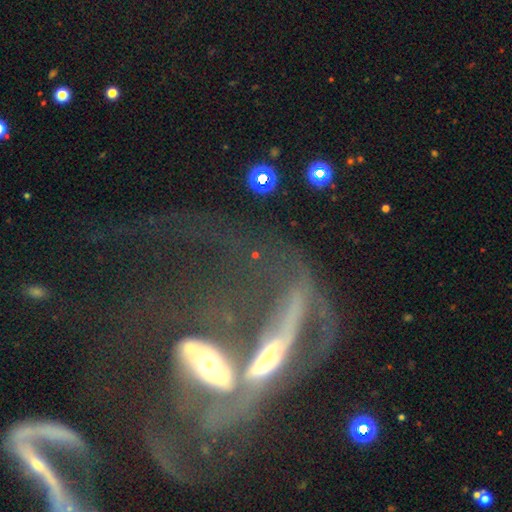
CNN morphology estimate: This is marginally a featured or disk galaxy (40%). Merging: possibly none (49%).